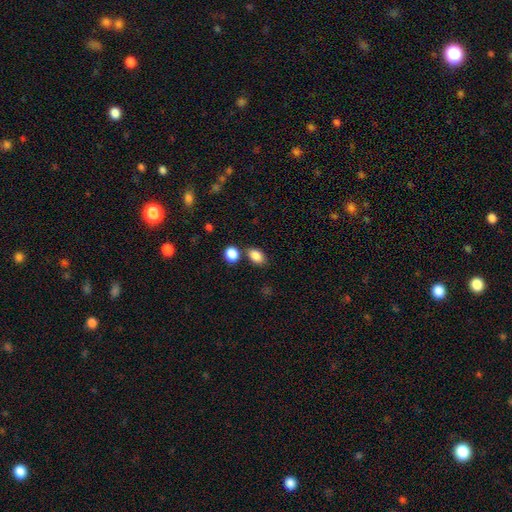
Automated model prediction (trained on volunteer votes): This is clearly a smooth galaxy (86%). How rounded: clearly in between (80%). Merging: likely none (70%).